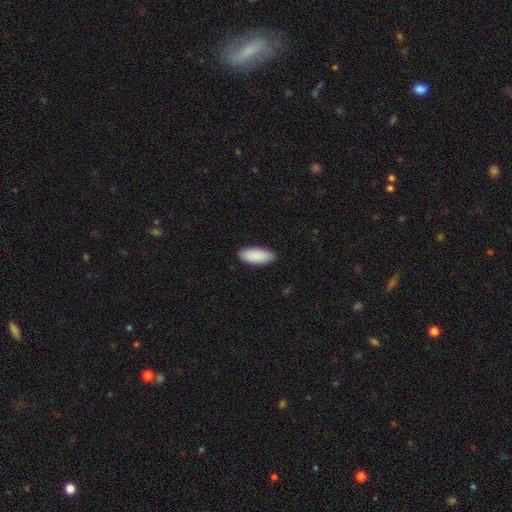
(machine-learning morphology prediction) Overall: smooth (91%). How rounded: in between (87%). Merging: none (87%).